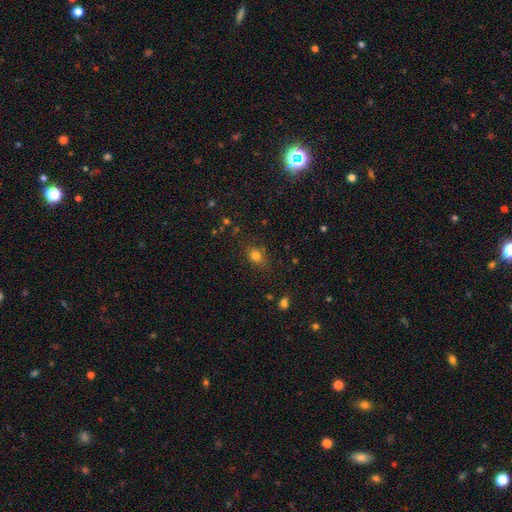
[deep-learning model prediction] The model was most divided on "how rounded": in between: 54%, round: 45%, cigar-shaped: 2%. More confident: merging — none (80%); smooth or featured — smooth (78%).